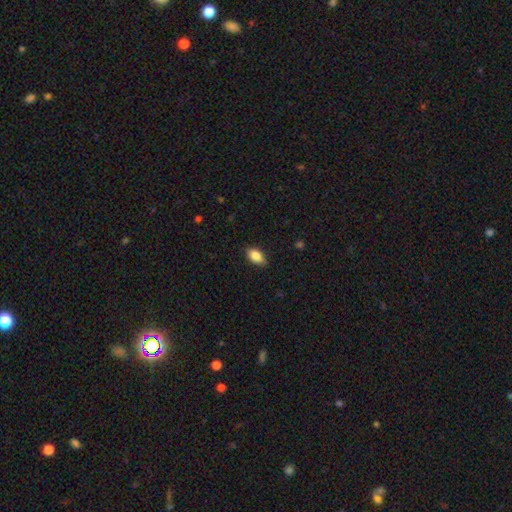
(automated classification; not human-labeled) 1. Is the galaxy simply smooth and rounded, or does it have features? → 85% smooth, 8% featured or disk, 7% star or artifact.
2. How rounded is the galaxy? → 90% in between, 6% round, 5% cigar-shaped.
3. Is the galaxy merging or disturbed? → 84% none, 13% minor disturbance, 2% major disturbance, 1% merger.